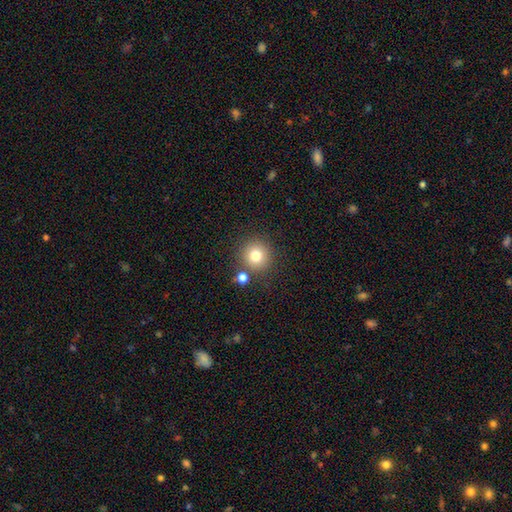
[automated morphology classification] Overall: smooth (78%). How rounded: round (94%). Merging: none (81%).